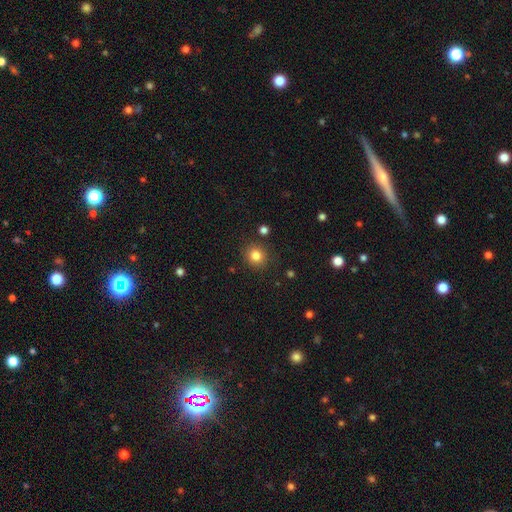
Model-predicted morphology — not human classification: smooth 83%, star or artifact 12%, featured or disk 5%. Down the decision tree: how rounded — round (88%); merging — none (87%).